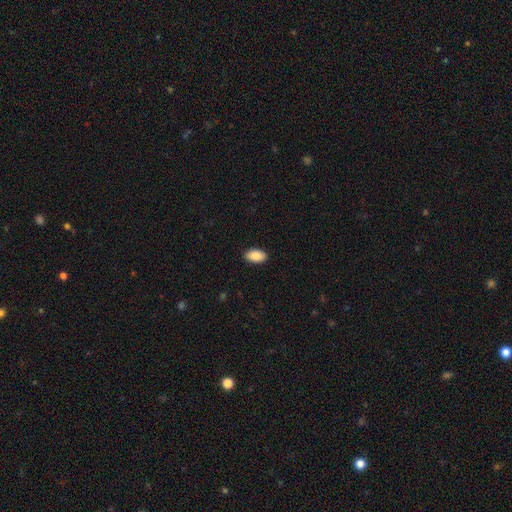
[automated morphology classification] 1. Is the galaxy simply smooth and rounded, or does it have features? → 89% smooth, 7% star or artifact, 5% featured or disk.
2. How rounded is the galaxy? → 94% in between, 4% round, 2% cigar-shaped.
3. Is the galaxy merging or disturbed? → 90% none, 7% minor disturbance, 2% major disturbance, 1% merger.